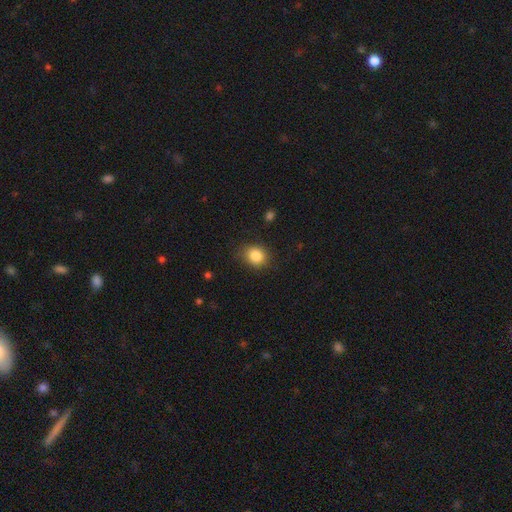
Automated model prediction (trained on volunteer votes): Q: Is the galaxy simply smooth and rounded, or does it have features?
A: smooth — 84%.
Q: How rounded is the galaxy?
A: round — 69%.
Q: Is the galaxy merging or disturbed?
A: none — 83%.